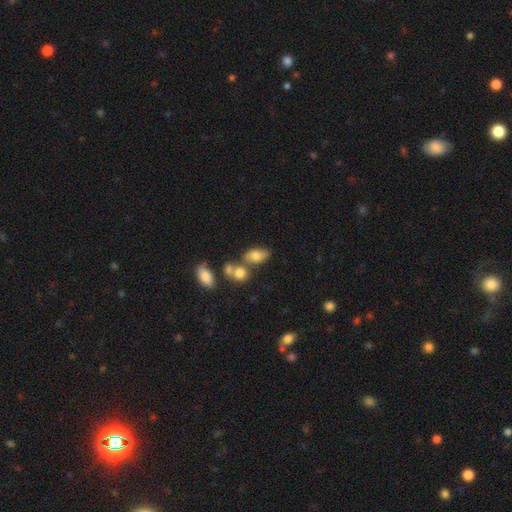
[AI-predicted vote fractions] Q: Smooth or featured?
A: smooth (74%); runner-up: featured or disk (16%)
Q: How rounded?
A: in between (86%); runner-up: round (11%)
Q: Merging?
A: none (49%); runner-up: merger (28%)